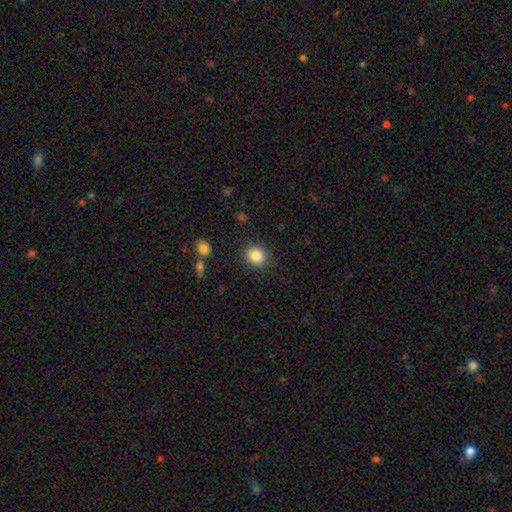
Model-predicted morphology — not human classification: Smooth or featured? Predicted: smooth (p=0.86). How rounded? Predicted: round (p=0.67). Merging? Predicted: none (p=0.88).